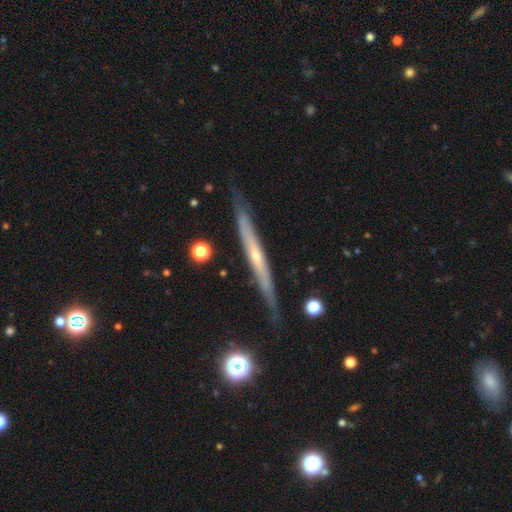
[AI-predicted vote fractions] smooth_or_featured: featured or disk (p=0.74) [alt: smooth p=0.19]
disk_edge_on: yes (p=0.95) [alt: no p=0.05]
edge_on_bulge: none (p=0.49) [alt: rounded p=0.48]
merging: none (p=0.84) [alt: minor disturbance p=0.12]